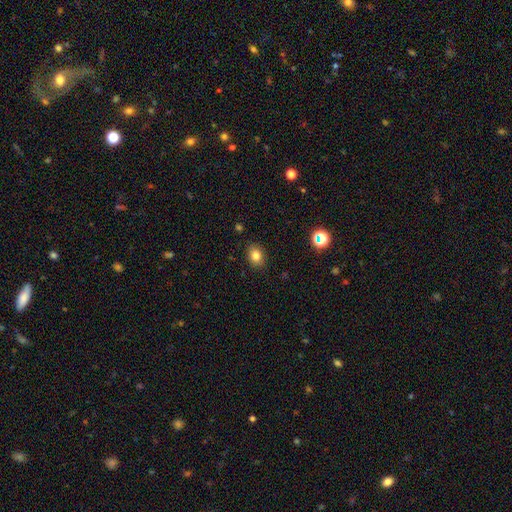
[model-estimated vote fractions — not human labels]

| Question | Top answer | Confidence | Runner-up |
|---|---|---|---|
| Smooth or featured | smooth | 80% | star or artifact (12%) |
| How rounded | in between | 59% | round (41%) |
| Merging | none | 88% | minor disturbance (9%) |